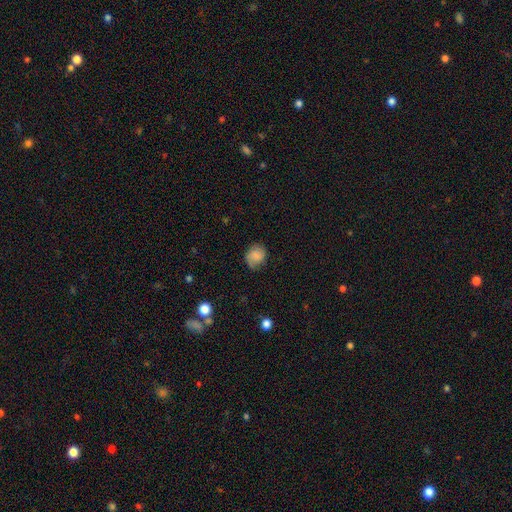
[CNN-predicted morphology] Smooth or featured?
  - smooth: 66% *
  - featured or disk: 25%
  - star or artifact: 10%
How rounded?
  - round: 64% *
  - in between: 35%
  - cigar-shaped: 1%
Merging?
  - none: 64% *
  - minor disturbance: 25%
  - major disturbance: 9%
  - merger: 1%